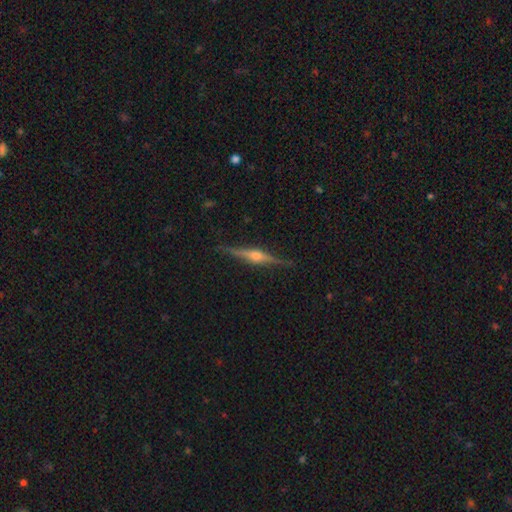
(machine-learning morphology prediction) A featured or disk galaxy (83%) viewed edge-on (98%) with a rounded central bulge (91%). Merging: none (90%).